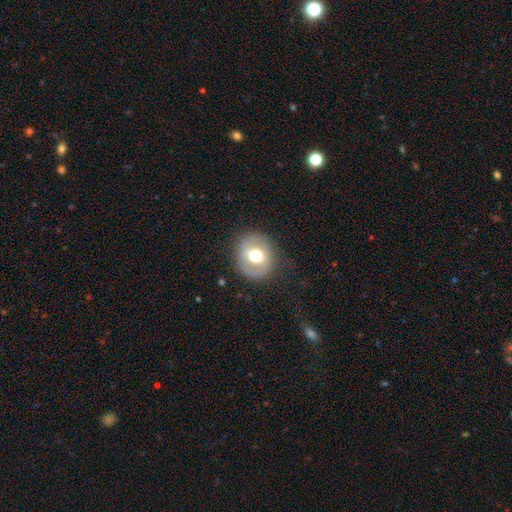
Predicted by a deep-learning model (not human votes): This is possibly a smooth galaxy (47%). Merging: likely none (79%).